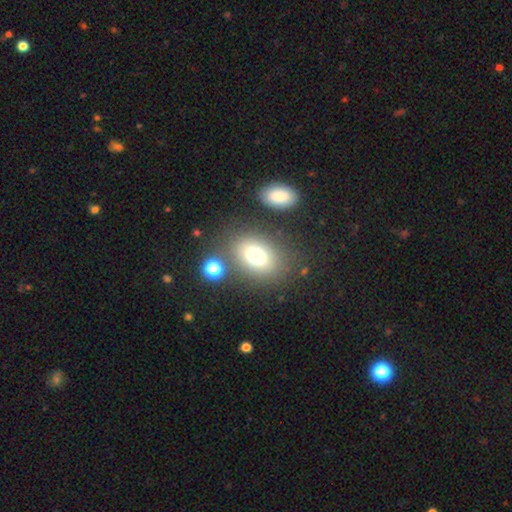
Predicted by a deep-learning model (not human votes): A smooth galaxy with no disk features (74%) that is in between round and cigar-shaped (65%). Merging: none (74%).